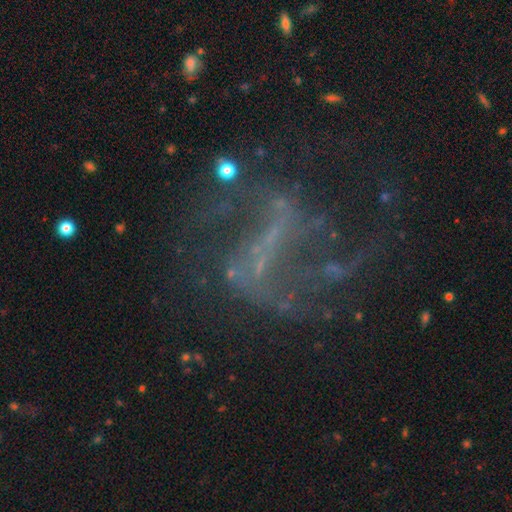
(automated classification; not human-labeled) A featured or disk galaxy (68%) with a weak bar (34%, tied with no), spiral arms (60%) and no central bulge (59%). Merging: none (43%).